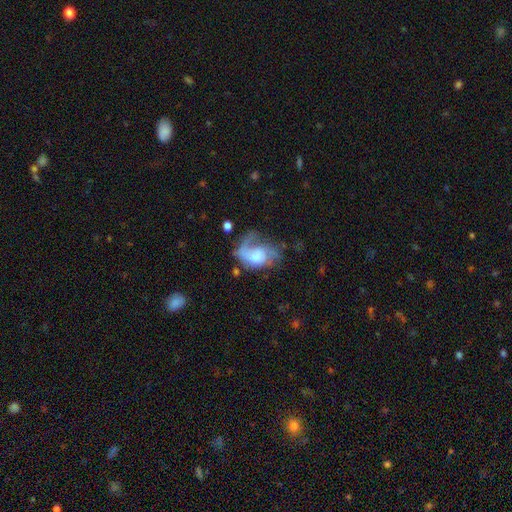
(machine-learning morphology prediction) smooth_or_featured: featured or disk (p=0.59) [alt: smooth p=0.33]
disk_edge_on: no (p=0.98) [alt: yes p=0.02]
bar: no (p=0.72) [alt: weak p=0.24]
has_spiral_arms: yes (p=0.75) [alt: no p=0.25]
bulge_size: large (p=0.27) [alt: none p=0.26]
merging: major disturbance (p=0.46) [alt: none p=0.27]